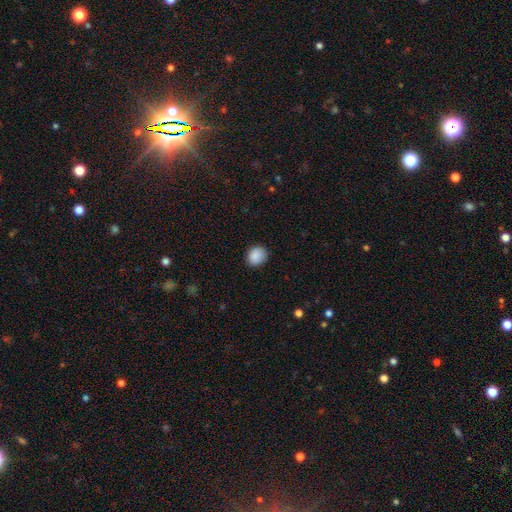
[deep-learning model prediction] smooth-or-featured: smooth: 89% | star or artifact: 8% | featured or disk: 3%
  how-rounded: round: 64% | in between: 35% | cigar-shaped: 1%
  merging: none: 84% | minor disturbance: 12% | major disturbance: 2% | merger: 1%